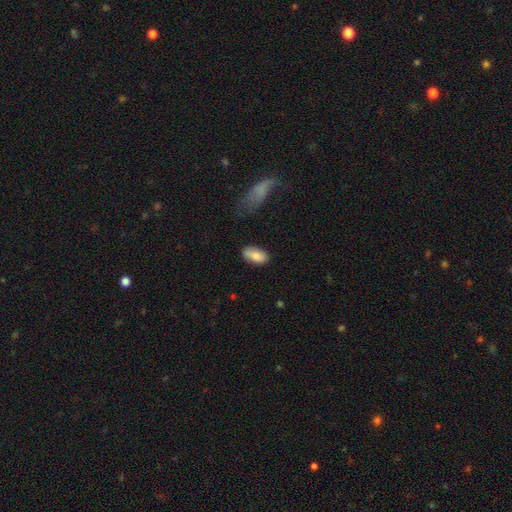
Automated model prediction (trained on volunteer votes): smooth-or-featured: smooth: 81% | featured or disk: 12% | star or artifact: 7%
  how-rounded: in between: 92% | cigar-shaped: 4% | round: 3%
  merging: none: 77% | minor disturbance: 17% | major disturbance: 3% | merger: 2%